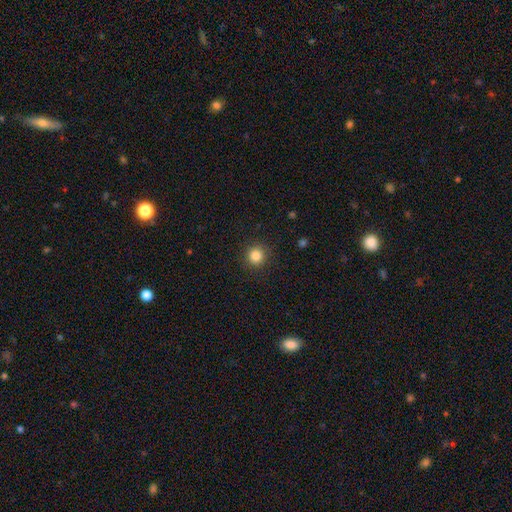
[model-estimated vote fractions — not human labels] A smooth galaxy with no disk features (85%) that is round (94%). Merging: none (91%).